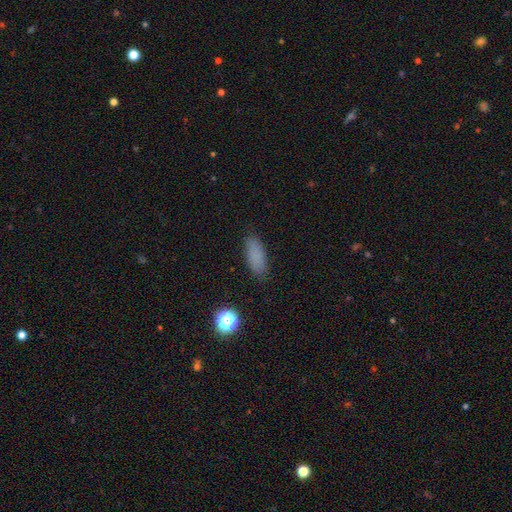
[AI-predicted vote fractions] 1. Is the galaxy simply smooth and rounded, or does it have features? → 82% smooth, 12% star or artifact, 6% featured or disk.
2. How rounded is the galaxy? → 76% in between, 21% cigar-shaped, 3% round.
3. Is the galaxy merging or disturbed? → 84% none, 11% minor disturbance, 3% major disturbance, 1% merger.